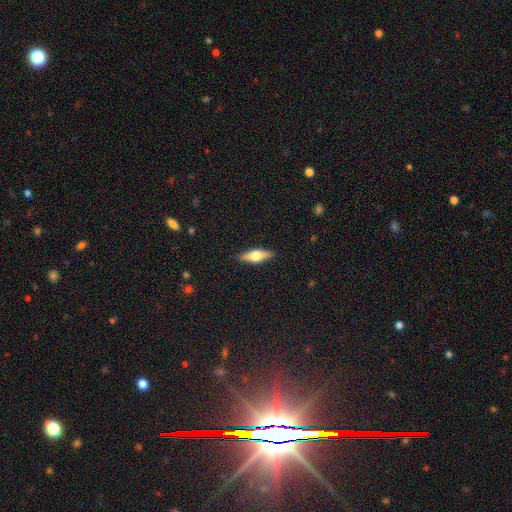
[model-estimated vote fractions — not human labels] Q: Smooth or featured?
A: featured or disk (48%); runner-up: smooth (45%)
Q: Merging?
A: none (89%); runner-up: minor disturbance (8%)